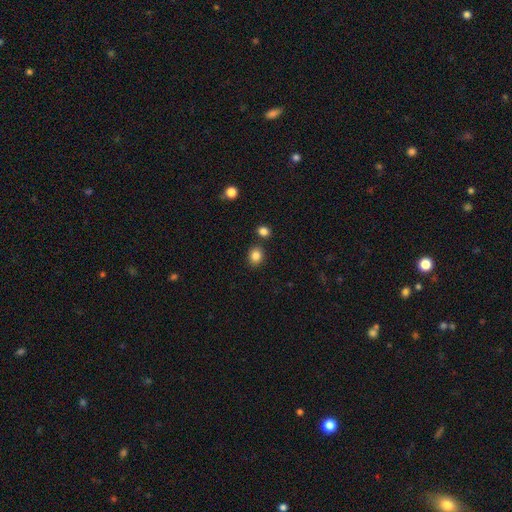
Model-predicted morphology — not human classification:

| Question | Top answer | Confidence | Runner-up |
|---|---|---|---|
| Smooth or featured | smooth | 85% | star or artifact (10%) |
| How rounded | round | 66% | in between (33%) |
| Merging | none | 82% | minor disturbance (9%) |